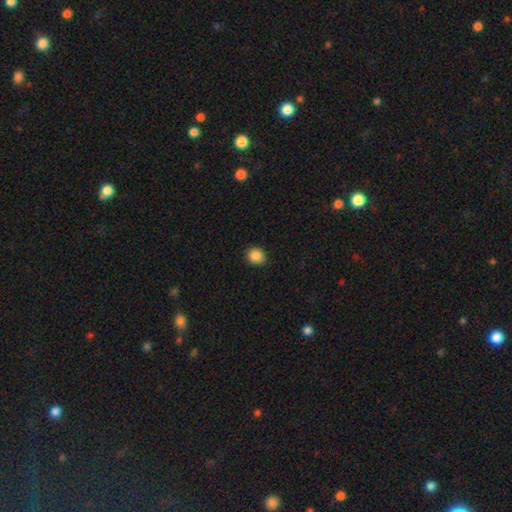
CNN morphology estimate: Q: Smooth or featured?
A: smooth (87%); runner-up: star or artifact (10%)
Q: How rounded?
A: round (86%); runner-up: in between (13%)
Q: Merging?
A: none (88%); runner-up: minor disturbance (9%)